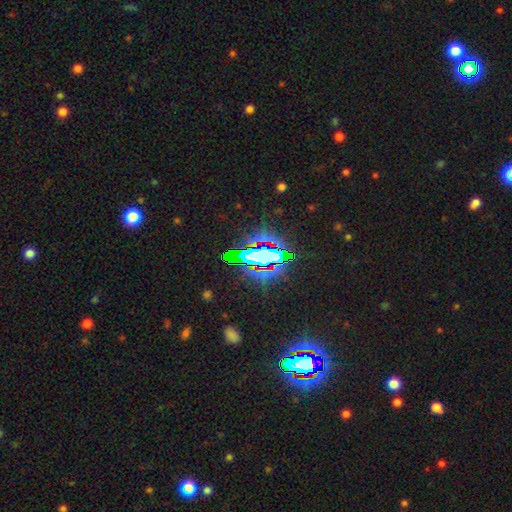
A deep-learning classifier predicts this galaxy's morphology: Smooth or featured? Predicted: star or artifact (p=0.67).